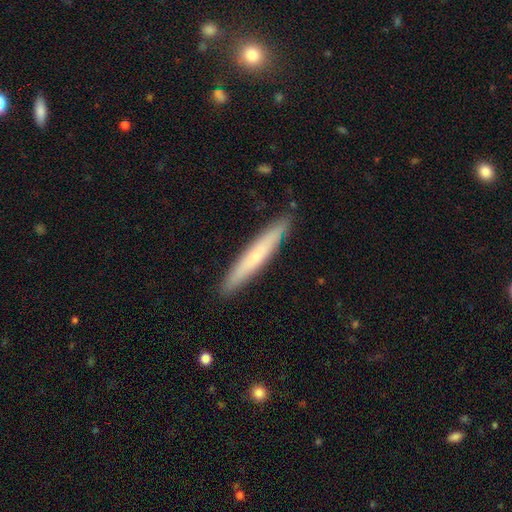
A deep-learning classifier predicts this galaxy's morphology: A smooth galaxy with no disk features (61%) that is cigar-shaped (95%).

Vote fractions:
- Smooth or featured? smooth: 61% / featured or disk: 33% / star or artifact: 6%
- How rounded? cigar-shaped: 95% / in between: 4% / round: 1%
- Merging? none: 90% / minor disturbance: 7% / major disturbance: 1% / merger: 1%